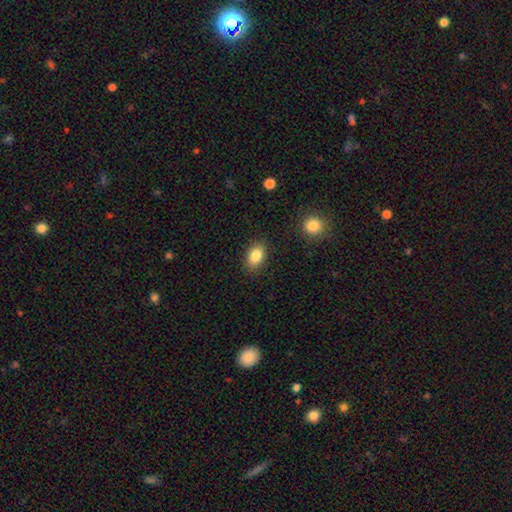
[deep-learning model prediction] Smooth or featured?
  - smooth: 85% *
  - star or artifact: 9%
  - featured or disk: 7%
How rounded?
  - in between: 82% *
  - round: 17%
  - cigar-shaped: 1%
Merging?
  - none: 87% *
  - minor disturbance: 9%
  - major disturbance: 3%
  - merger: 1%